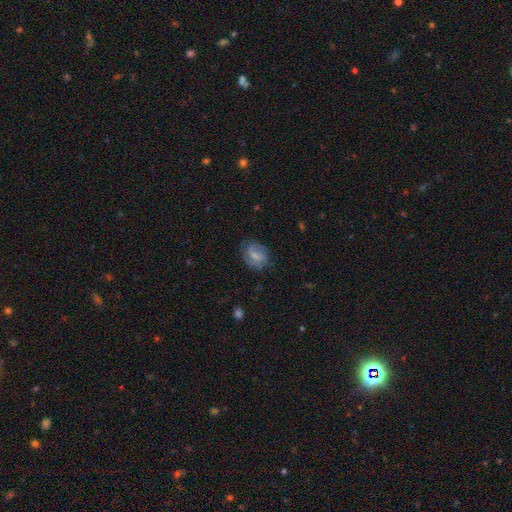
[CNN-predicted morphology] smooth_or_featured: smooth (p=0.59) [alt: featured or disk p=0.32]
how_rounded: in between (p=0.65) [alt: round p=0.33]
merging: none (p=0.64) [alt: minor disturbance p=0.24]